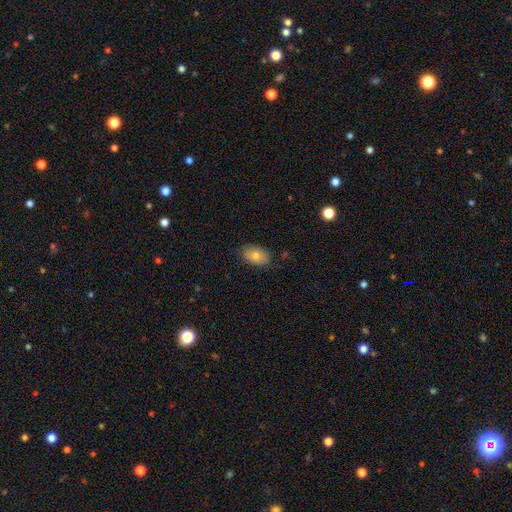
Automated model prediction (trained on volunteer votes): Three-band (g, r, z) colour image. It shows a smooth galaxy with no disk features (73%) that is in between round and cigar-shaped (88%). Merging: none (82%).